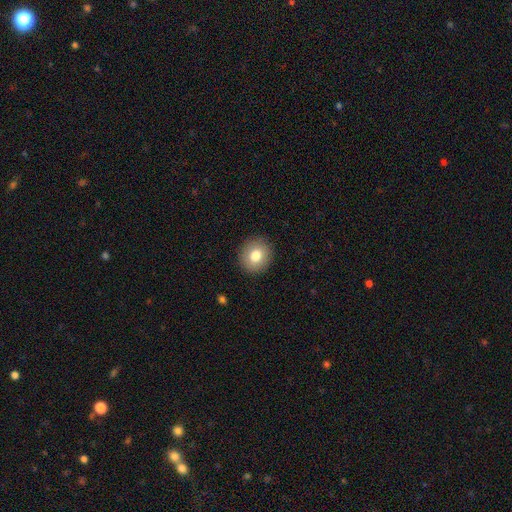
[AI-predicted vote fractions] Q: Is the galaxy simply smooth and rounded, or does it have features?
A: smooth — 80%.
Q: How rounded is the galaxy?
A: round — 85%.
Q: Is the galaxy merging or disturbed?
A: none — 91%.